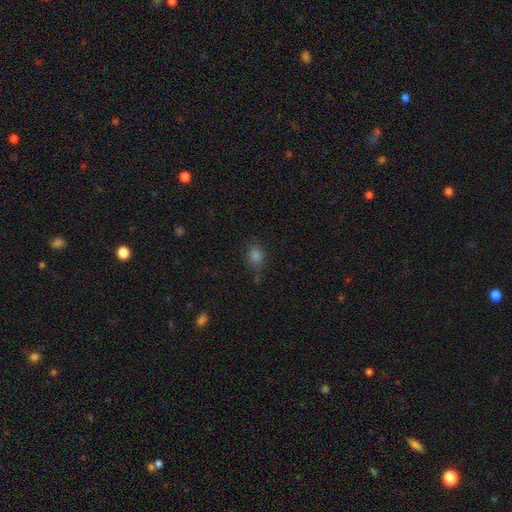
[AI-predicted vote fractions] smooth-or-featured: smooth: 77% | star or artifact: 17% | featured or disk: 5%
  how-rounded: round: 67% | in between: 31% | cigar-shaped: 1%
  merging: none: 73% | minor disturbance: 17% | major disturbance: 5% | merger: 4%